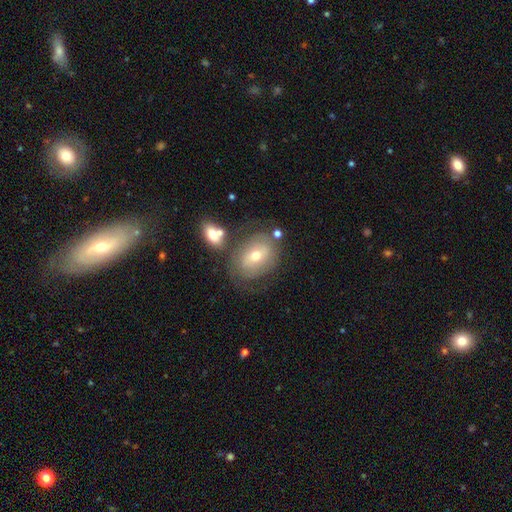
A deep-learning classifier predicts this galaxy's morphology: This is possibly a smooth galaxy (47%). Merging: likely none (60%).